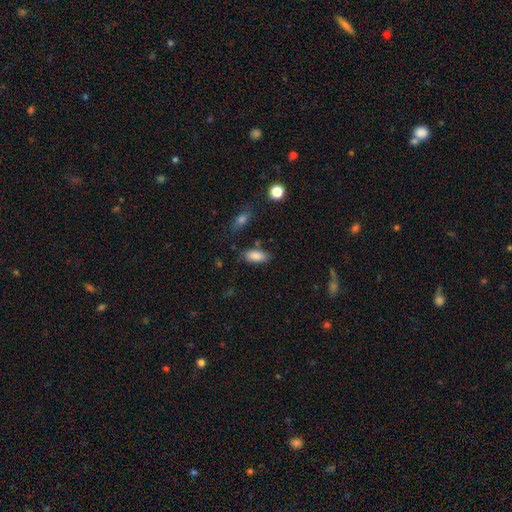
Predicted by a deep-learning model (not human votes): smooth-or-featured: smooth: 86% | star or artifact: 8% | featured or disk: 6%
  how-rounded: in between: 88% | cigar-shaped: 9% | round: 3%
  merging: none: 75% | minor disturbance: 17% | major disturbance: 4% | merger: 4%